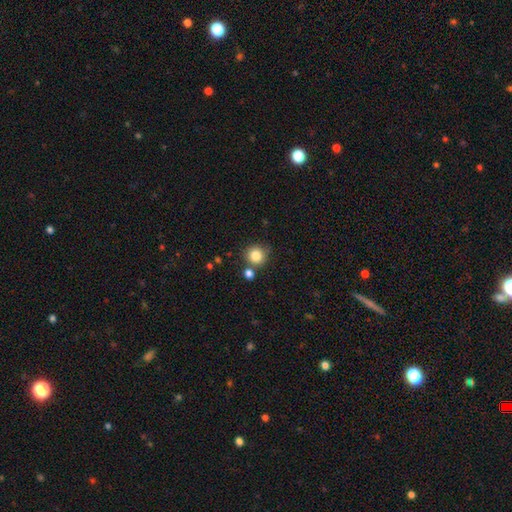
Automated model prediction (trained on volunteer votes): Smooth or featured? Predicted: smooth (p=0.83). How rounded? Predicted: round (p=0.91). Merging? Predicted: none (p=0.72).